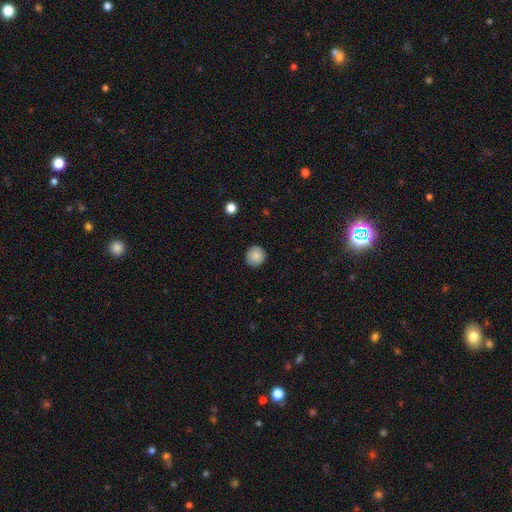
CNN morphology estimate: smooth 87%, star or artifact 8%, featured or disk 5%. Down the decision tree: how rounded — round (93%); merging — none (91%).